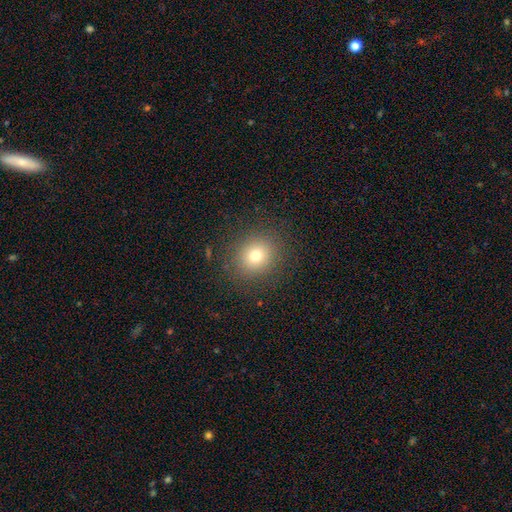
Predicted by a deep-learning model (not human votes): Smooth or featured: smooth — 75% (star or artifact — 15%)
How rounded: round — 82% (in between — 17%)
Merging: none — 88% (minor disturbance — 7%)